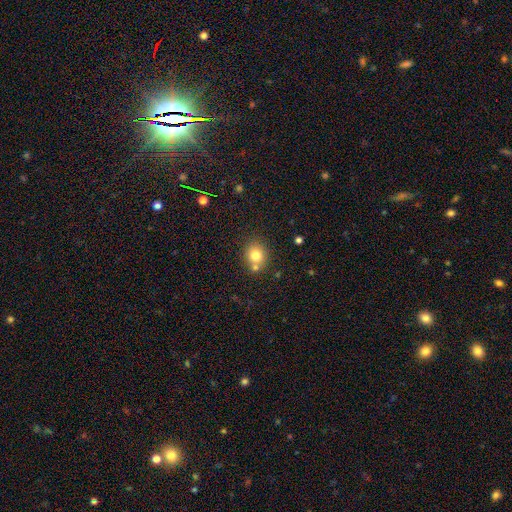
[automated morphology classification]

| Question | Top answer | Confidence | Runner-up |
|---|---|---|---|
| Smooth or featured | smooth | 78% | star or artifact (12%) |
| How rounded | round | 77% | in between (22%) |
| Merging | none | 63% | merger (23%) |